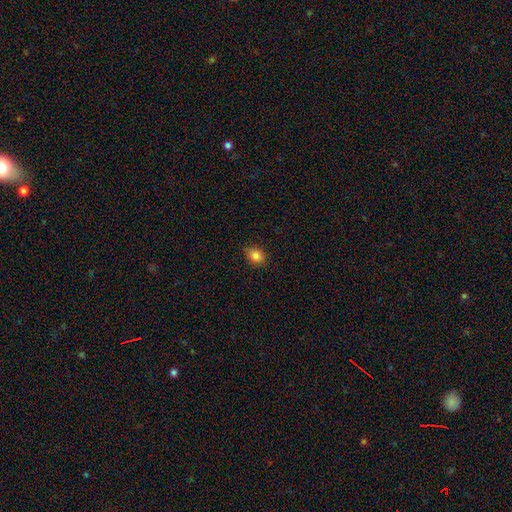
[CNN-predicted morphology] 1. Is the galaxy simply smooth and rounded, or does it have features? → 84% smooth, 11% star or artifact, 5% featured or disk.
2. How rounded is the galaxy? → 55% round, 44% in between, 1% cigar-shaped.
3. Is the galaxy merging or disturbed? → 81% none, 15% minor disturbance, 3% major disturbance, 1% merger.